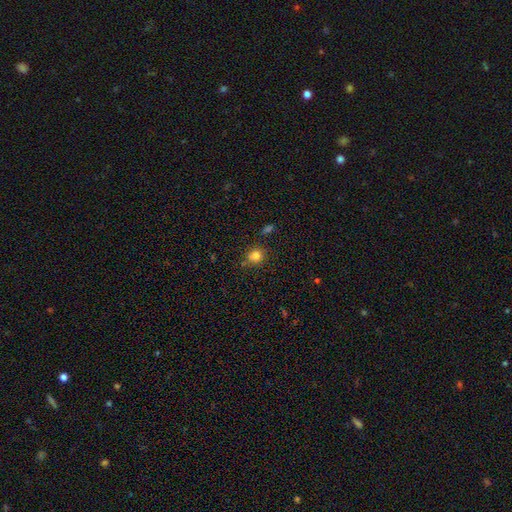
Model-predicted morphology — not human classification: smooth_or_featured: smooth (p=0.79) [alt: star or artifact p=0.14]
how_rounded: round (p=0.87) [alt: in between p=0.12]
merging: none (p=0.76) [alt: minor disturbance p=0.14]